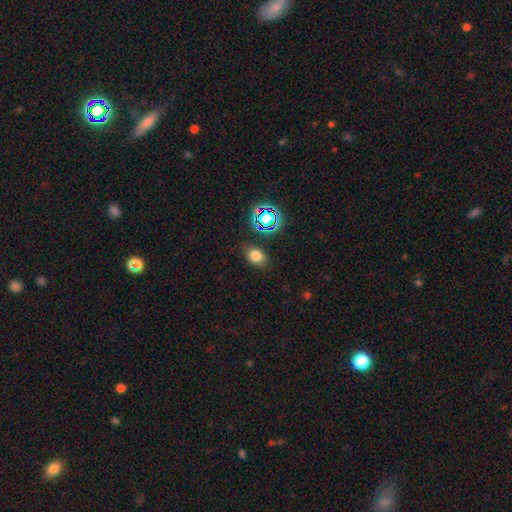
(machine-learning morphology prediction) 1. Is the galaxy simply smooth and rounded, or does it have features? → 72% smooth, 19% star or artifact, 9% featured or disk.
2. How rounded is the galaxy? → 66% in between, 33% round, 1% cigar-shaped.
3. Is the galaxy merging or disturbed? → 80% none, 13% minor disturbance, 4% major disturbance, 2% merger.